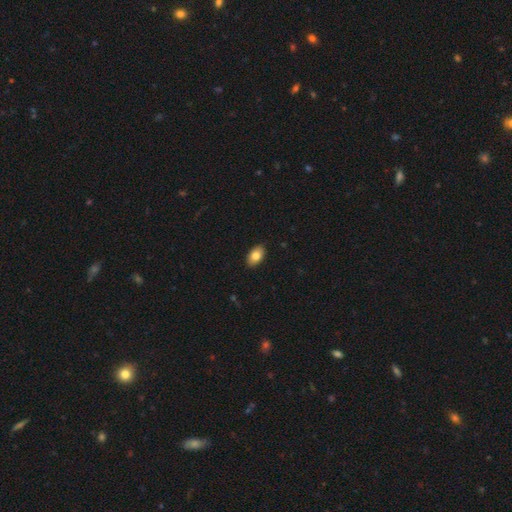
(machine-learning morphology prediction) smooth-or-featured: smooth: 81% | featured or disk: 11% | star or artifact: 7%
  how-rounded: in between: 91% | round: 8% | cigar-shaped: 1%
  merging: none: 89% | minor disturbance: 8% | major disturbance: 2% | merger: 1%